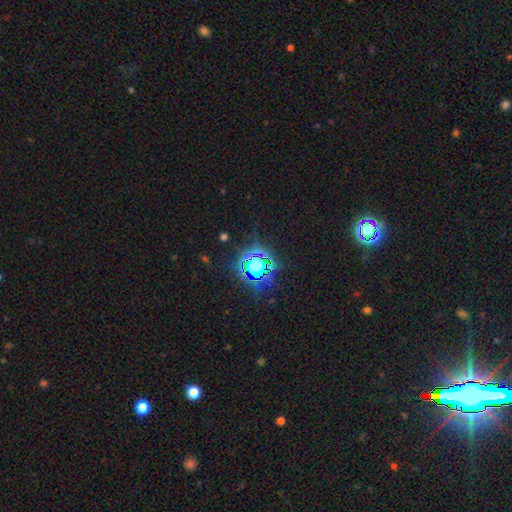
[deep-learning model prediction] Smooth or featured?
  - star or artifact: 82% *
  - smooth: 11%
  - featured or disk: 7%